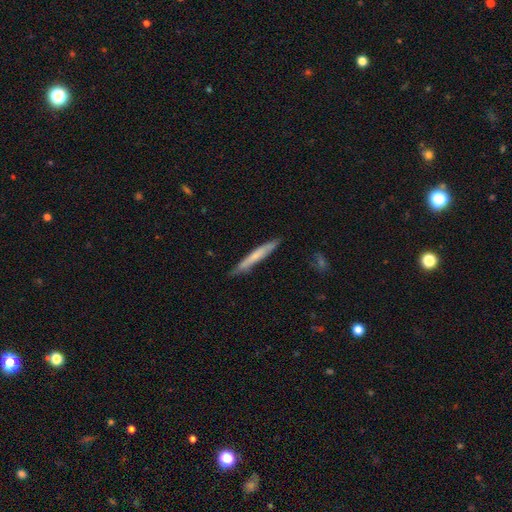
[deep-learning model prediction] Smooth or featured? Predicted: smooth (p=0.57). How rounded? Predicted: cigar-shaped (p=0.96). Merging? Predicted: none (p=0.84).